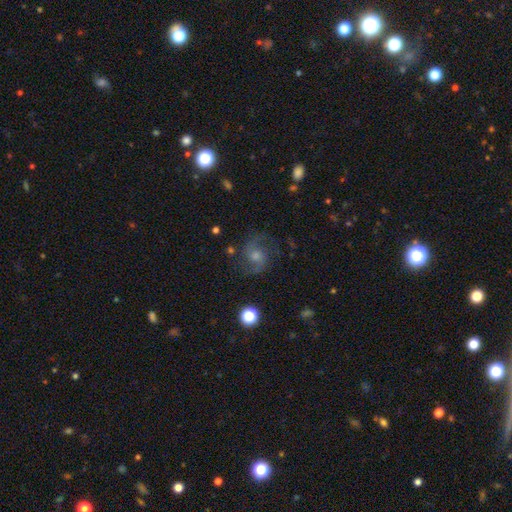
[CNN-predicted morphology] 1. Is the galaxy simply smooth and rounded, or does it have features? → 76% featured or disk, 13% star or artifact, 11% smooth.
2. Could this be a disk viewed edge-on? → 98% no, 2% yes.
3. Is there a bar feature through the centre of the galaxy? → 56% no, 37% weak, 7% strong.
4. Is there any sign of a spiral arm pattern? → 95% yes, 5% no.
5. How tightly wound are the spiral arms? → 58% medium, 21% tight, 21% loose.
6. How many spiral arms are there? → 88% 2, 5% can't tell, 2% 3, 2% 1, 1% 4, 1% more than 4.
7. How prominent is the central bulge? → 53% moderate, 31% small, 10% large, 5% none, 2% dominant.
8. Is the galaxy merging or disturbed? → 79% none, 13% minor disturbance, 7% major disturbance, 1% merger.